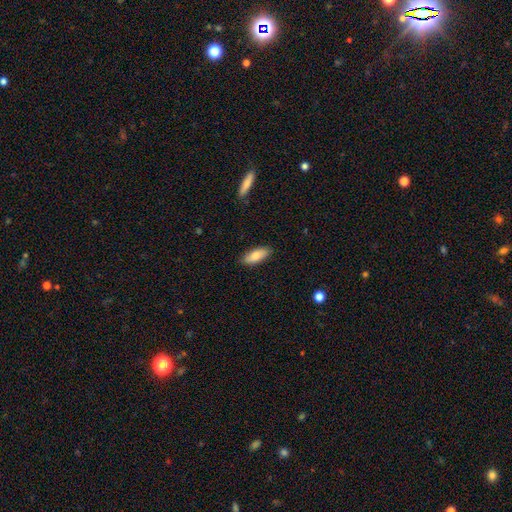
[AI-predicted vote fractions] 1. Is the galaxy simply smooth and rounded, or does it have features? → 77% smooth, 17% featured or disk, 6% star or artifact.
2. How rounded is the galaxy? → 75% in between, 23% cigar-shaped, 2% round.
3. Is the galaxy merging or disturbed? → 87% none, 10% minor disturbance, 2% major disturbance, 1% merger.